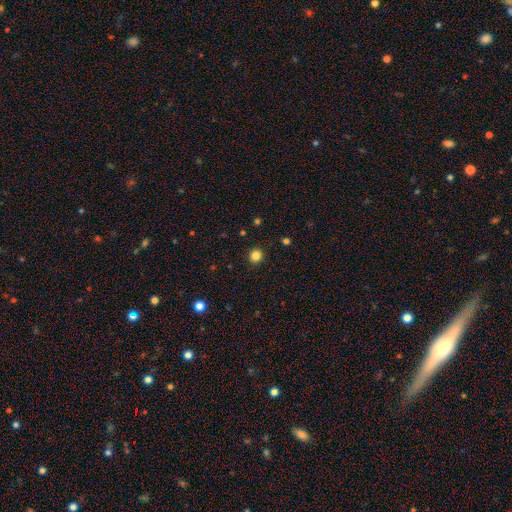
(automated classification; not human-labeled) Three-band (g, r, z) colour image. It shows a smooth galaxy with no disk features (84%) that is round (89%). Merging: none (92%).